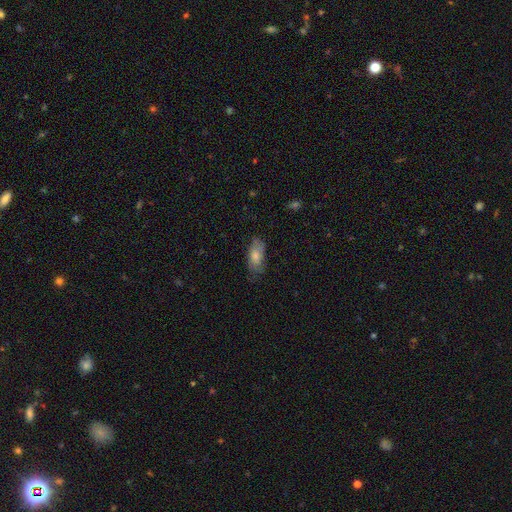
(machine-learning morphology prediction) Q: Smooth or featured?
A: smooth (67%); runner-up: featured or disk (26%)
Q: How rounded?
A: in between (86%); runner-up: cigar-shaped (11%)
Q: Merging?
A: none (60%); runner-up: minor disturbance (28%)